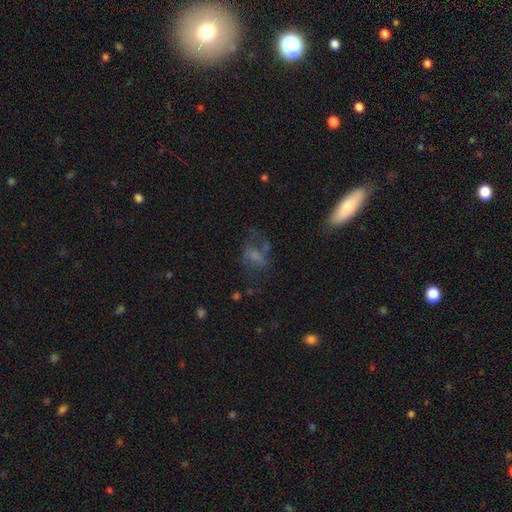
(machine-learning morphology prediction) Smooth or featured? Predicted: featured or disk (p=0.44). Merging? Predicted: none (p=0.39).